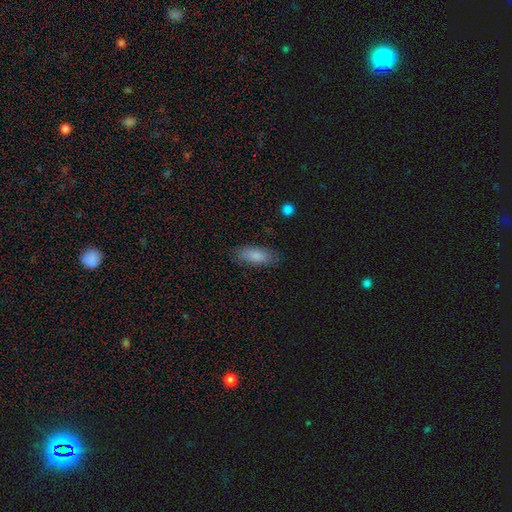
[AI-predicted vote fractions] Smooth or featured?
  - smooth: 82% *
  - featured or disk: 11%
  - star or artifact: 7%
How rounded?
  - in between: 79% *
  - cigar-shaped: 19%
  - round: 2%
Merging?
  - none: 80% *
  - minor disturbance: 15%
  - major disturbance: 4%
  - merger: 1%